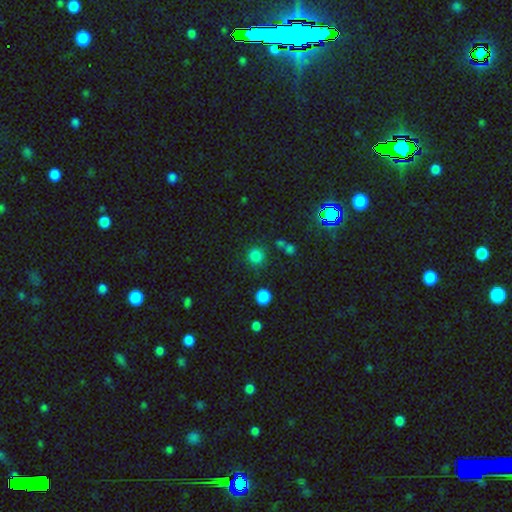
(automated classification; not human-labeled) A smooth galaxy with no disk features (79%) that is round (92%). Merging: none (79%).